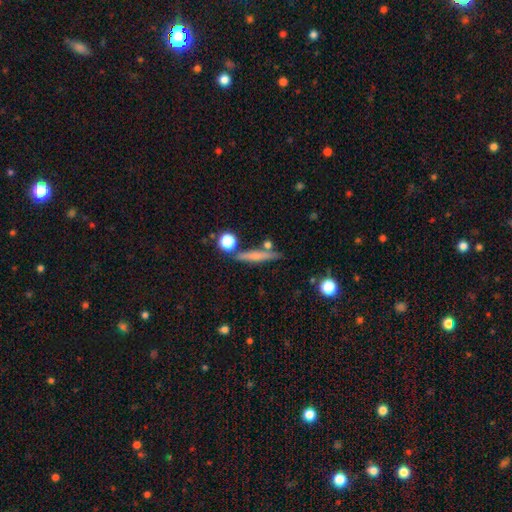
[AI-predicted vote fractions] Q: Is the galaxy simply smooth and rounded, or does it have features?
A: smooth — 54%.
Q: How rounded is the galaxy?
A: cigar-shaped — 87%.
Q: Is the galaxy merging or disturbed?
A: none — 79%.